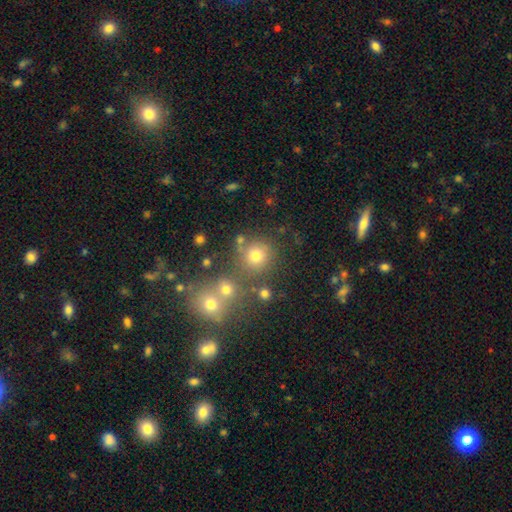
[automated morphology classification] This appears to be a smooth galaxy with no disk features (72%) that is round (89%). Merging: none (68%).